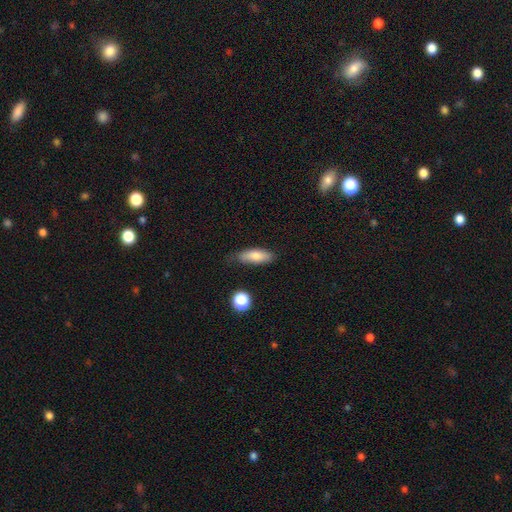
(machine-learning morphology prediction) Smooth or featured: smooth — 81% (featured or disk — 12%)
How rounded: in between — 67% (cigar-shaped — 30%)
Merging: none — 72% (minor disturbance — 21%)